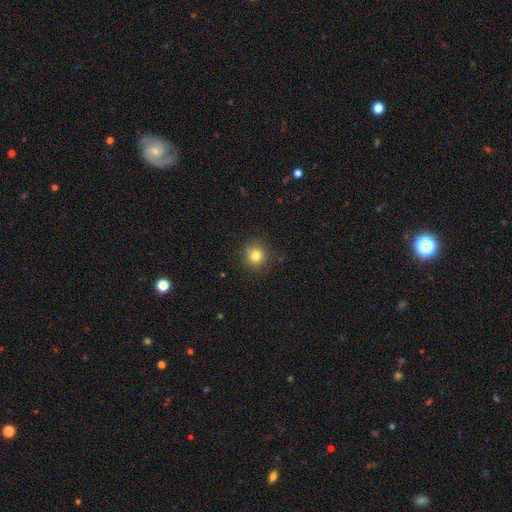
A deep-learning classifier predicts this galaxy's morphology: The model was most divided on "smooth or featured": smooth: 80%, star or artifact: 13%, featured or disk: 7%. More confident: how rounded — round (92%); merging — none (90%).